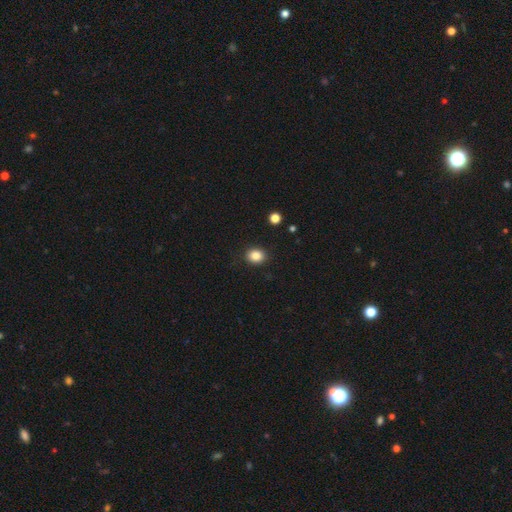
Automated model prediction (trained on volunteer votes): Q: Smooth or featured?
A: smooth (86%); runner-up: star or artifact (10%)
Q: How rounded?
A: round (58%); runner-up: in between (41%)
Q: Merging?
A: none (89%); runner-up: minor disturbance (7%)